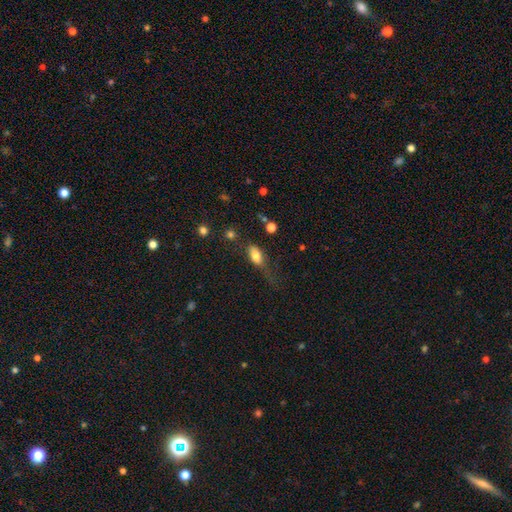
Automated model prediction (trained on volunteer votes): The model was most divided on "merging": none: 41%, major disturbance: 27%, minor disturbance: 27%, merger: 5%. More confident: how rounded — in between (85%); smooth or featured — smooth (78%).